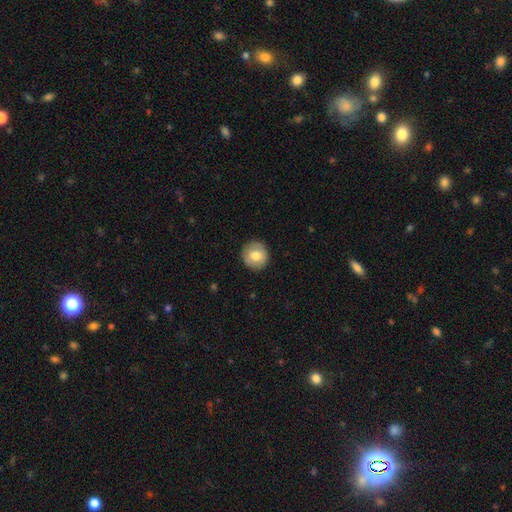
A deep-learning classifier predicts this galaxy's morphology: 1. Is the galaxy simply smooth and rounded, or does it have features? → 74% smooth, 18% featured or disk, 7% star or artifact.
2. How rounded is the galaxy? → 91% round, 8% in between, 1% cigar-shaped.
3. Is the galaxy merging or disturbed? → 88% none, 9% minor disturbance, 2% major disturbance, 1% merger.